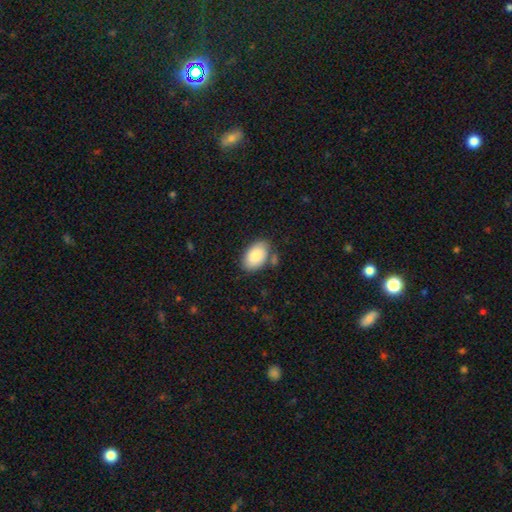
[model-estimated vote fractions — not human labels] A smooth galaxy with no disk features (85%) that is in between round and cigar-shaped (92%).

Vote fractions:
- Smooth or featured? smooth: 85% / featured or disk: 8% / star or artifact: 6%
- How rounded? in between: 92% / round: 7% / cigar-shaped: 1%
- Merging? none: 75% / minor disturbance: 15% / merger: 6% / major disturbance: 4%